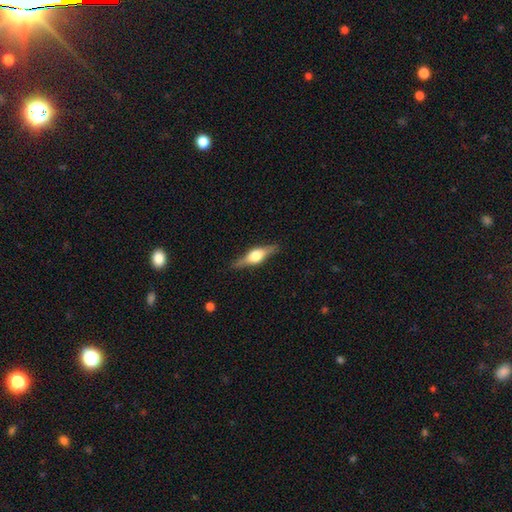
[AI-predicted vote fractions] featured or disk 67%, smooth 27%, star or artifact 6%. Down the decision tree: edge-on disk — yes (96%); edge-on bulge — rounded (92%); merging — none (86%).